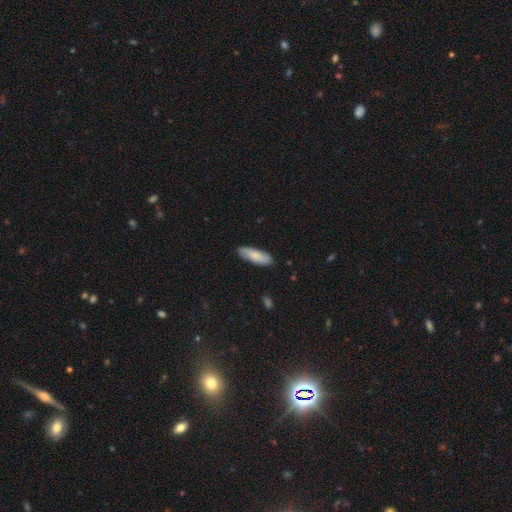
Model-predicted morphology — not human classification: This appears to be a smooth galaxy with no disk features (75%) that is in between round and cigar-shaped (61%). Merging: none (85%).